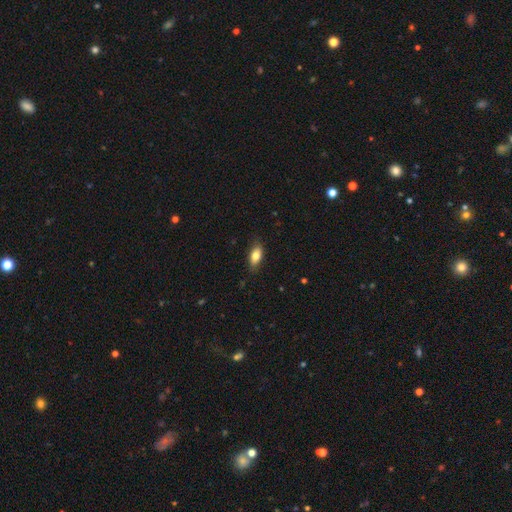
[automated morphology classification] A smooth galaxy with no disk features (80%) that is in between round and cigar-shaped (87%). Merging: none (84%).